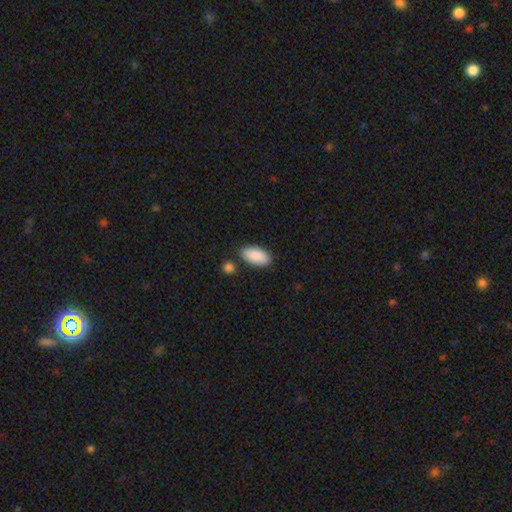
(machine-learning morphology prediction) type=smooth (89%); roundness=in between (94%); merging=none (81%).